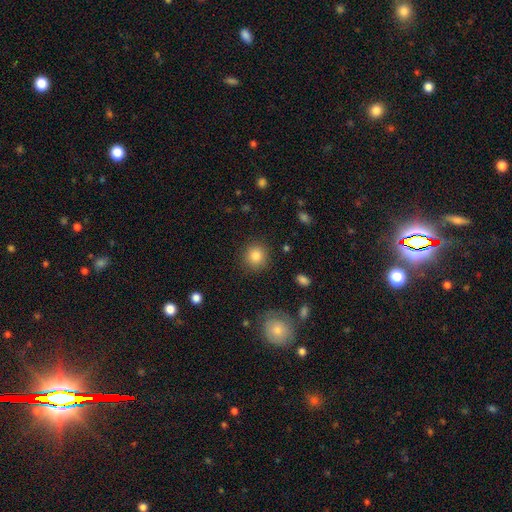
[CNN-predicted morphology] The model was most divided on "smooth or featured": smooth: 84%, star or artifact: 10%, featured or disk: 6%. More confident: how rounded — round (91%); merging — none (89%).